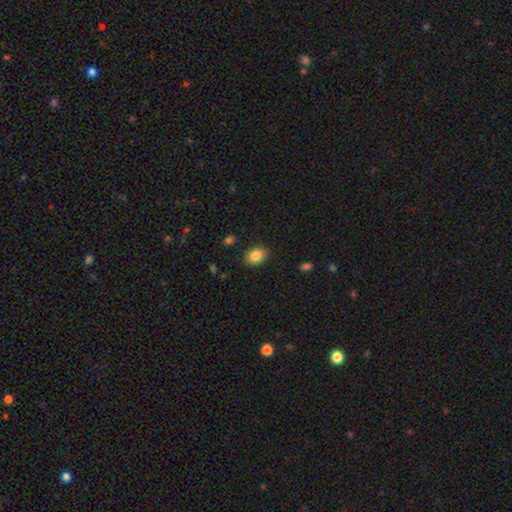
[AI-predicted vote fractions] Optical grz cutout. It shows a smooth galaxy with no disk features (85%) that is in between round and cigar-shaped (74%). Merging: none (88%).